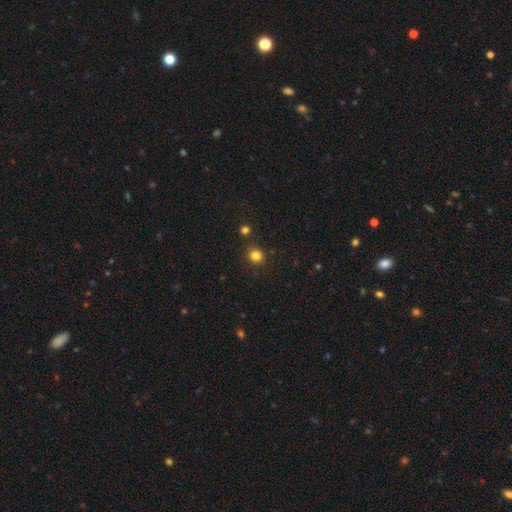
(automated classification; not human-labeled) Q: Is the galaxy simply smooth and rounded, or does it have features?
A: smooth — 82%.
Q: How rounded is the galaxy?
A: round — 86%.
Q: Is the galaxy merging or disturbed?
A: none — 87%.